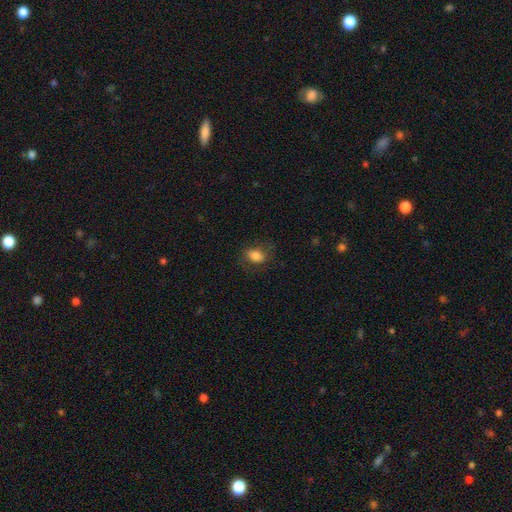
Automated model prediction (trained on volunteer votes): Smooth or featured? smooth (79%)
How rounded? in between (70%)
Merging? none (72%)